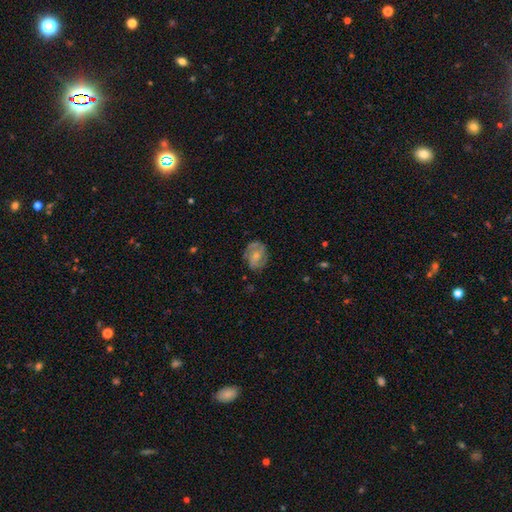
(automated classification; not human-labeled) Overall: featured or disk (56%; smooth 37%). Edge-on disk: no (97%). Bar: no (64%; weak 29%). Spiral arms: yes (77%). Bulge size: small (51%; moderate 38%). Merging: none (69%).